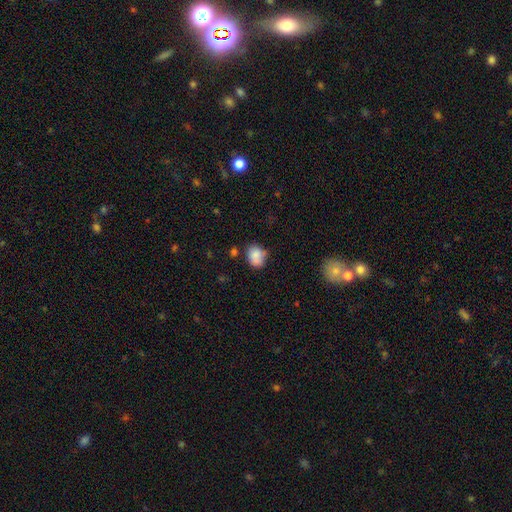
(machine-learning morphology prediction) A smooth galaxy with no disk features (81%) that is in between round and cigar-shaped (50%).

Vote fractions:
- Smooth or featured? smooth: 81% / featured or disk: 10% / star or artifact: 9%
- How rounded? in between: 50% / round: 49% / cigar-shaped: 1%
- Merging? none: 58% / minor disturbance: 26% / merger: 10% / major disturbance: 6%